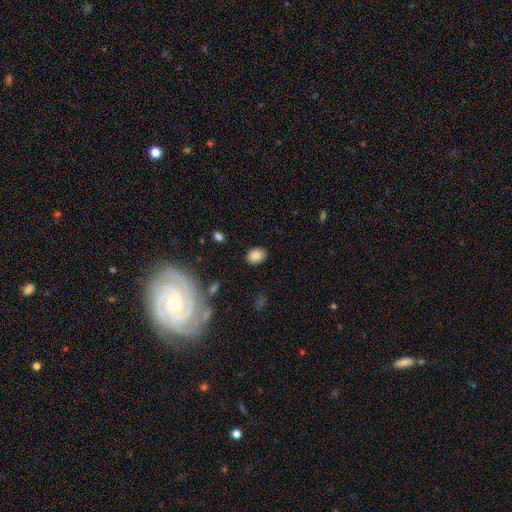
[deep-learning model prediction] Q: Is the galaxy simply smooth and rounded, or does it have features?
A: smooth — 86%.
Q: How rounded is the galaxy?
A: in between — 61%.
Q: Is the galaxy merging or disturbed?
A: none — 85%.